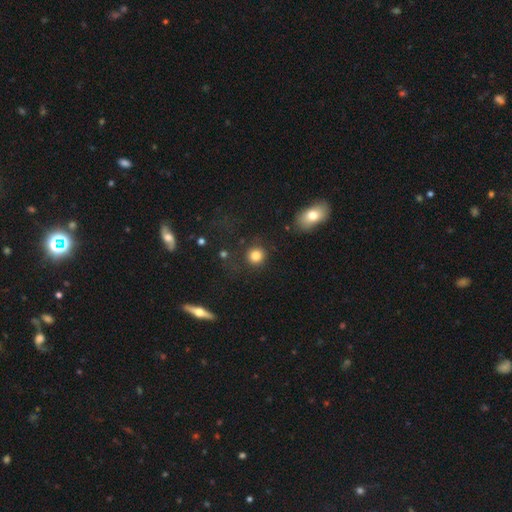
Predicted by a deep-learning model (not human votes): Smooth or featured: smooth — 83% (star or artifact — 11%)
How rounded: round — 90% (in between — 9%)
Merging: none — 83% (minor disturbance — 9%)